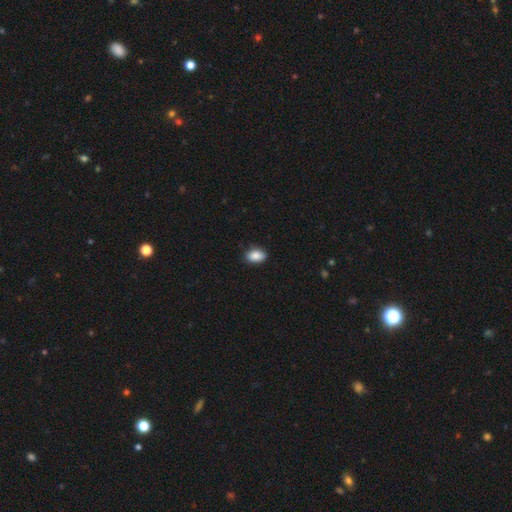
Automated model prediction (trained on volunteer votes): Morphology: type=smooth (89%); roundness=in between (88%); merging=none (85%).